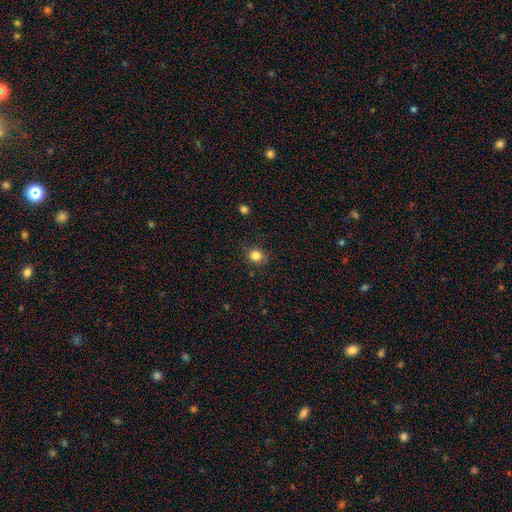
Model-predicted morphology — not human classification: Smooth or featured? Predicted: smooth (p=0.83). How rounded? Predicted: round (p=0.73). Merging? Predicted: none (p=0.83).